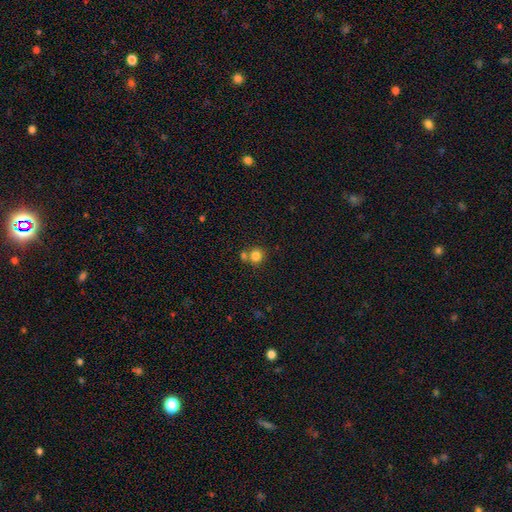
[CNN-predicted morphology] Smooth or featured?
  - smooth: 82% *
  - star or artifact: 12%
  - featured or disk: 7%
How rounded?
  - round: 85% *
  - in between: 14%
  - cigar-shaped: 1%
Merging?
  - none: 61% *
  - merger: 27%
  - minor disturbance: 9%
  - major disturbance: 3%